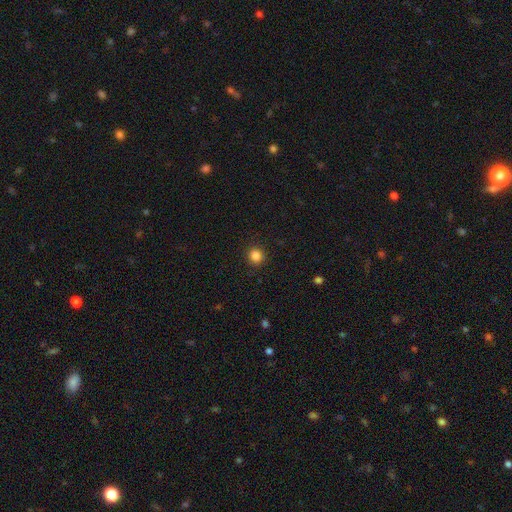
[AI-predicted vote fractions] A smooth galaxy with no disk features (85%) that is round (92%).

Vote fractions:
- Smooth or featured? smooth: 85% / star or artifact: 12% / featured or disk: 4%
- How rounded? round: 92% / in between: 7% / cigar-shaped: 1%
- Merging? none: 91% / minor disturbance: 6% / major disturbance: 2% / merger: 1%